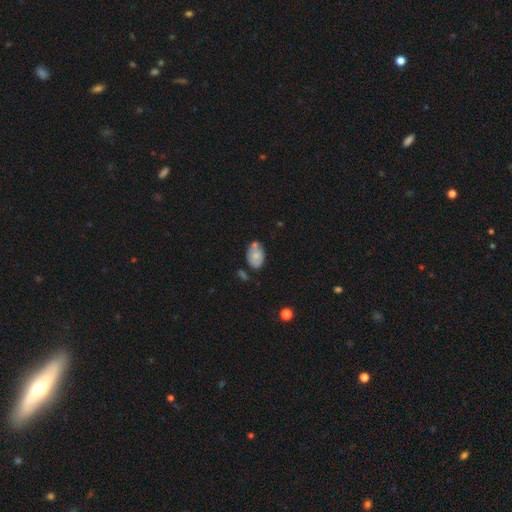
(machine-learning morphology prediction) The model was most divided on "merging": none: 48%, minor disturbance: 26%, merger: 19%, major disturbance: 7%. More confident: how rounded — in between (87%); smooth or featured — smooth (67%).